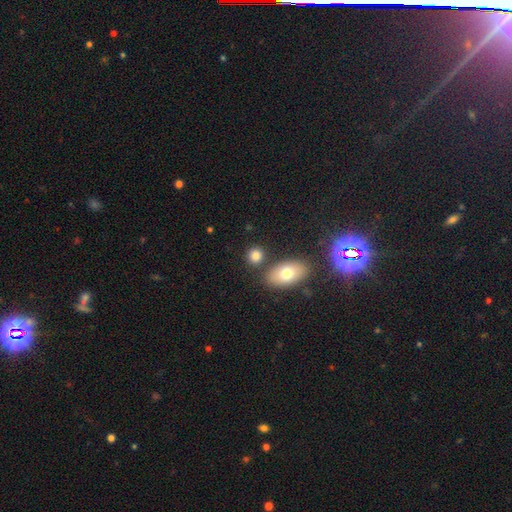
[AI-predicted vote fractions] The model was most divided on "how rounded": round: 67%, in between: 31%, cigar-shaped: 2%. More confident: smooth or featured — smooth (80%); merging — none (76%).